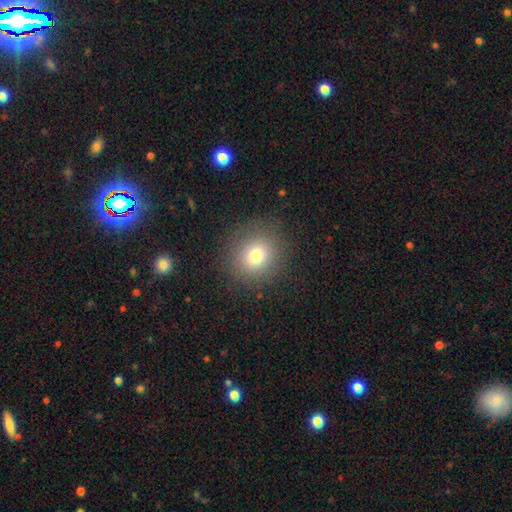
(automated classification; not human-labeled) Smooth or featured? Predicted: smooth (p=0.75). How rounded? Predicted: round (p=0.86). Merging? Predicted: none (p=0.86).